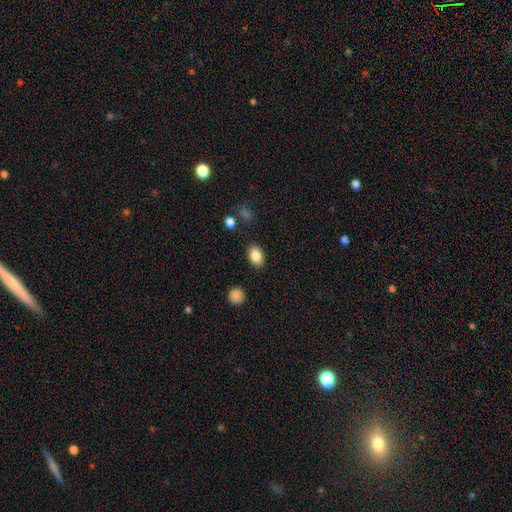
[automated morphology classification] Q: Smooth or featured?
A: smooth (85%); runner-up: star or artifact (8%)
Q: How rounded?
A: in between (83%); runner-up: round (16%)
Q: Merging?
A: none (86%); runner-up: minor disturbance (9%)